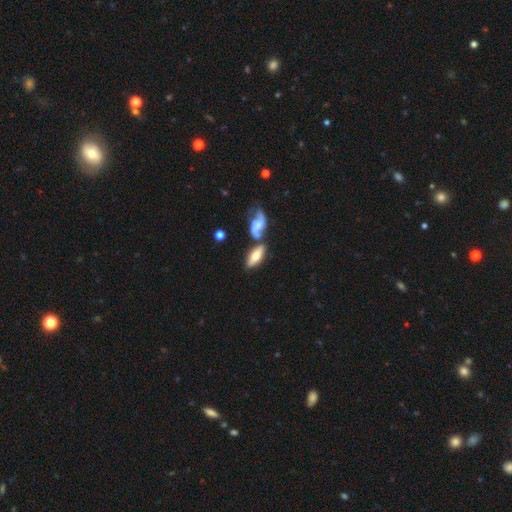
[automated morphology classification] Overall: smooth (58%; featured or disk 35%). How rounded: in between (75%). Merging: none (49%; merger 32%).